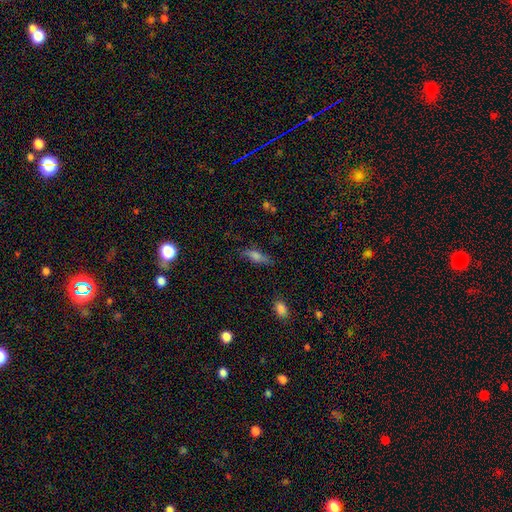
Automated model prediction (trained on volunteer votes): smooth-or-featured: smooth: 62% | featured or disk: 25% | star or artifact: 13%
  how-rounded: in between: 48% | cigar-shaped: 47% | round: 4%
  merging: none: 74% | minor disturbance: 18% | major disturbance: 5% | merger: 2%